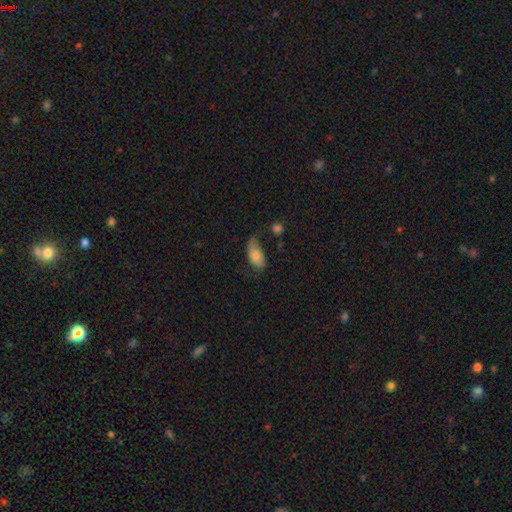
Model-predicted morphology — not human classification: Smooth or featured: smooth — 71% (featured or disk — 21%)
How rounded: in between — 92% (cigar-shaped — 4%)
Merging: none — 39% (minor disturbance — 35%)